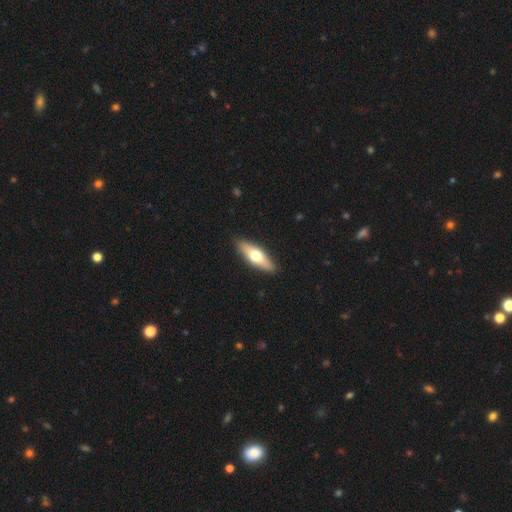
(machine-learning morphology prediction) smooth-or-featured: smooth: 54% | featured or disk: 41% | star or artifact: 5%
  how-rounded: in between: 51% | cigar-shaped: 47% | round: 3%
  merging: none: 89% | minor disturbance: 8% | major disturbance: 2% | merger: 1%